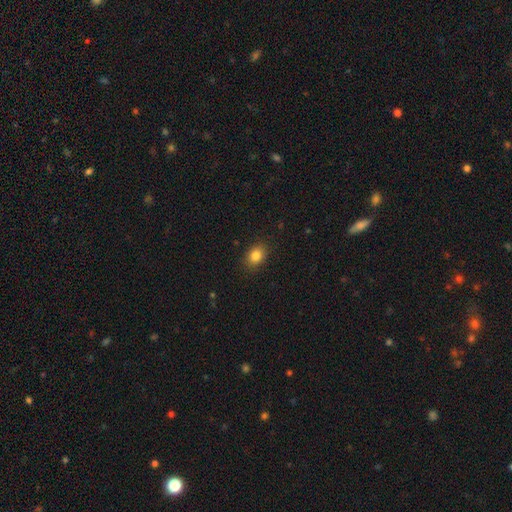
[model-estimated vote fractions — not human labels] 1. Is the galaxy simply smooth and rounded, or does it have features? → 84% smooth, 10% star or artifact, 6% featured or disk.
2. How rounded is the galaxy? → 63% in between, 36% round, 1% cigar-shaped.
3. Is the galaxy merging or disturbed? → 87% none, 9% minor disturbance, 3% major disturbance, 1% merger.